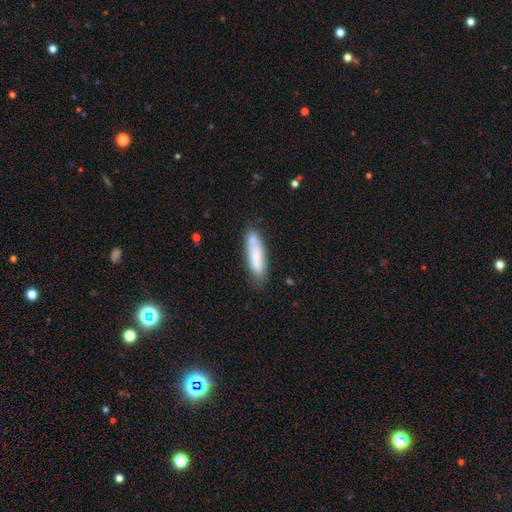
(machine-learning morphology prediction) Smooth or featured?
  - smooth: 73% *
  - featured or disk: 21%
  - star or artifact: 7%
How rounded?
  - cigar-shaped: 65% *
  - in between: 33%
  - round: 2%
Merging?
  - none: 69% *
  - minor disturbance: 19%
  - merger: 7%
  - major disturbance: 4%